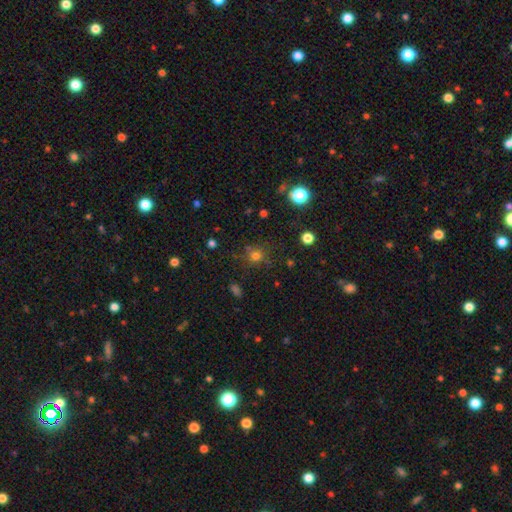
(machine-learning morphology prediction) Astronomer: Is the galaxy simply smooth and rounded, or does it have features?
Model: smooth — 70%.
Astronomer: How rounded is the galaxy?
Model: round — 87%.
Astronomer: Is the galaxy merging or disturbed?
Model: none — 76%.